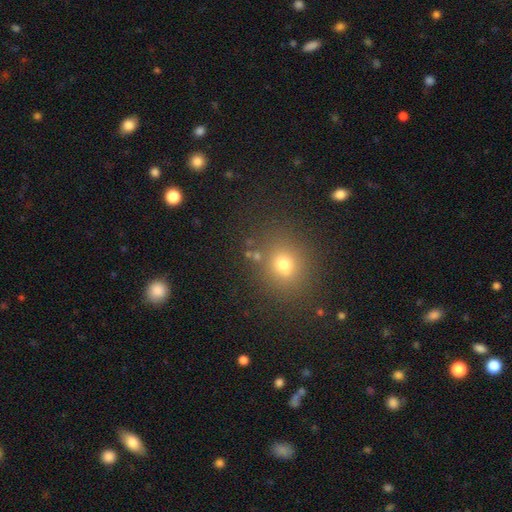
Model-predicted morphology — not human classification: Smooth or featured? smooth (67%)
How rounded? round (73%)
Merging? none (79%)